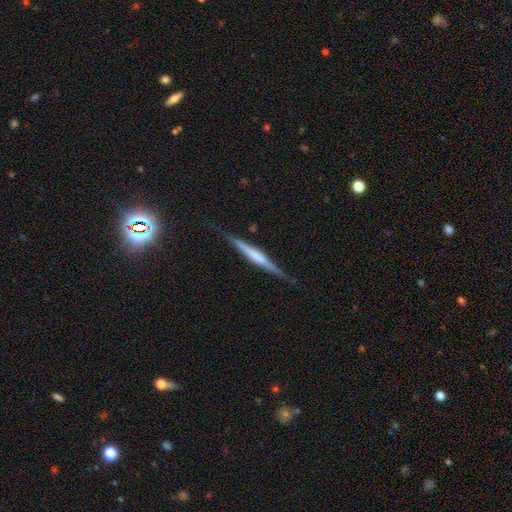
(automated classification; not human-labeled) smooth-or-featured: featured or disk: 64% | smooth: 30% | star or artifact: 6%
  disk-edge-on: yes: 97% | no: 3%
    edge-on-bulge: none: 36% | rounded: 33% | boxy: 30%
  merging: none: 83% | minor disturbance: 13% | major disturbance: 3% | merger: 1%